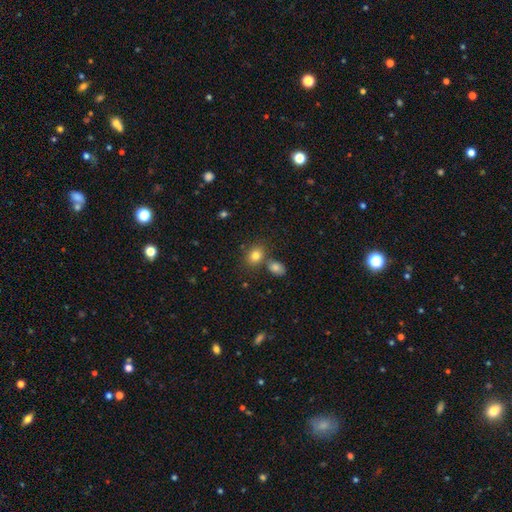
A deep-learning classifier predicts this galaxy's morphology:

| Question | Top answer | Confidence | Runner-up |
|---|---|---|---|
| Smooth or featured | smooth | 80% | star or artifact (11%) |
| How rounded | in between | 53% | round (46%) |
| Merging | none | 63% | merger (23%) |